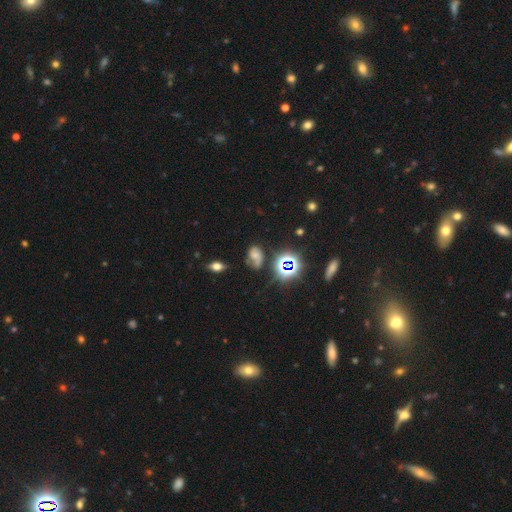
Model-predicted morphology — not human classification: This is marginally a smooth galaxy (38%). Merging: marginally none (41%).